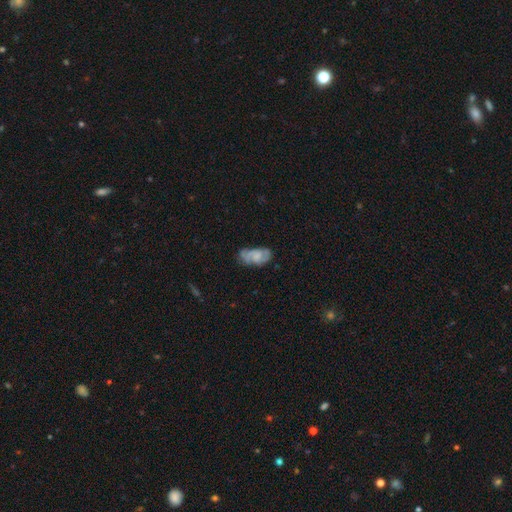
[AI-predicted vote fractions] smooth-or-featured: smooth: 46% (tied) | featured or disk: 46% (tied) | star or artifact: 8%
  merging: none: 51% | minor disturbance: 32% | major disturbance: 14% | merger: 3%